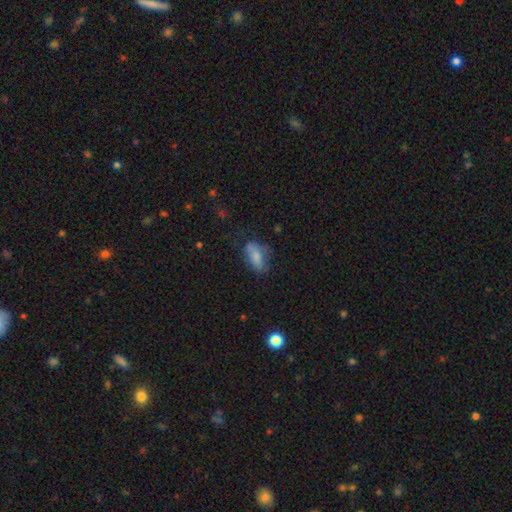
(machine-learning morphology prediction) Smooth or featured? smooth (76%)
How rounded? in between (86%)
Merging? none (53%)